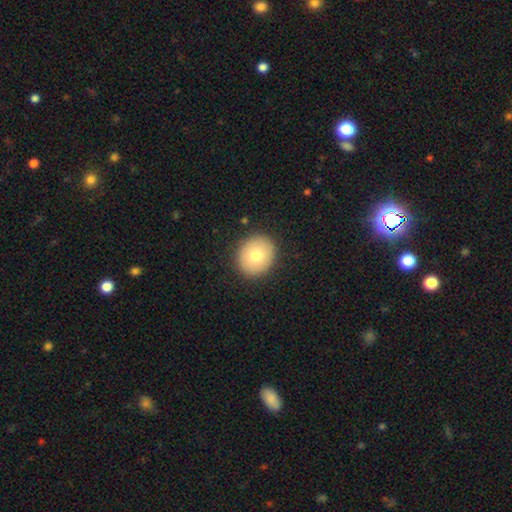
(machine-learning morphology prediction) Q: Smooth or featured?
A: smooth (76%); runner-up: featured or disk (16%)
Q: How rounded?
A: round (80%); runner-up: in between (20%)
Q: Merging?
A: none (90%); runner-up: minor disturbance (7%)